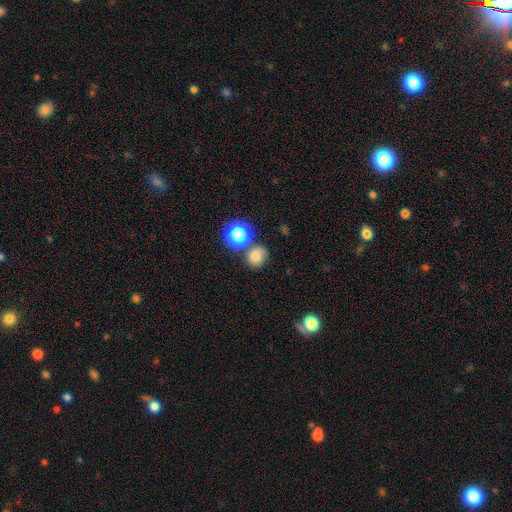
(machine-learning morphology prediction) smooth-or-featured: smooth: 74% | star or artifact: 15% | featured or disk: 11%
  how-rounded: round: 79% | in between: 20% | cigar-shaped: 1%
  merging: none: 61% | merger: 19% | minor disturbance: 15% | major disturbance: 6%